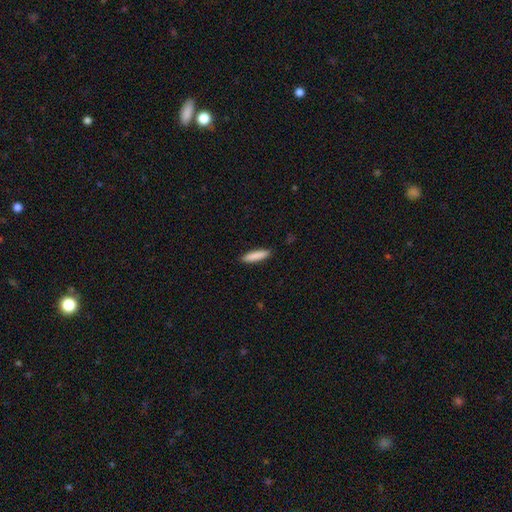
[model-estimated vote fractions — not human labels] Overall: smooth (87%). How rounded: cigar-shaped (80%). Merging: none (91%).